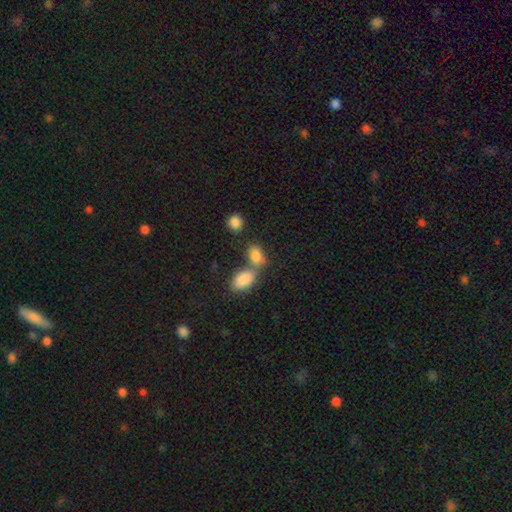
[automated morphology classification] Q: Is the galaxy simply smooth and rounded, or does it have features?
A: smooth — 85%.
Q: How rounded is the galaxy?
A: in between — 85%.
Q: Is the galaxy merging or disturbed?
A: merger — 48%.